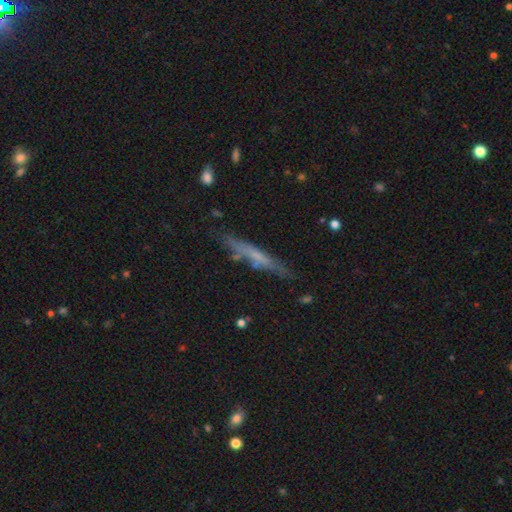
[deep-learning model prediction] Smooth or featured: smooth — 47% (featured or disk — 45%)
Merging: none — 78% (minor disturbance — 15%)